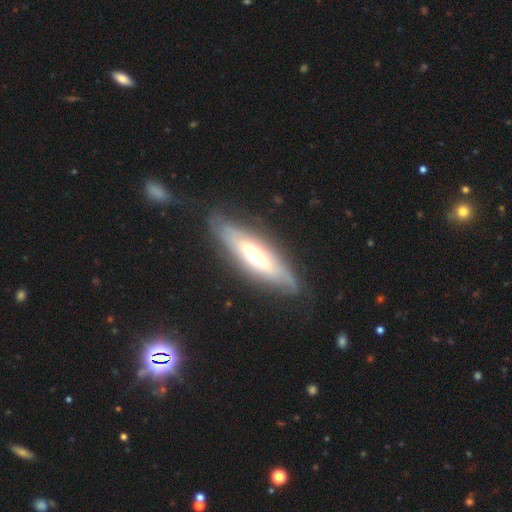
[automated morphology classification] A featured or disk galaxy (68%). Merging: none (74%).